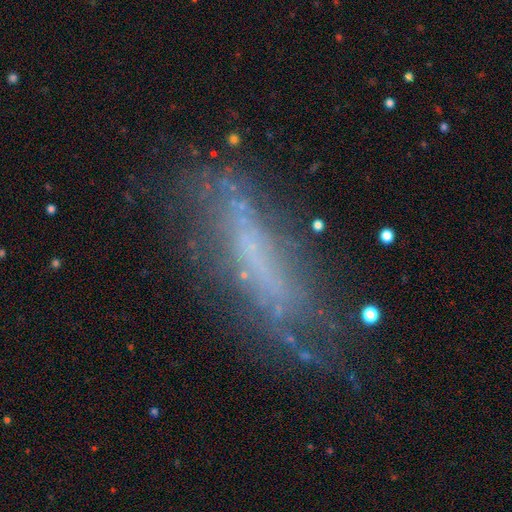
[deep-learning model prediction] This appears to be a featured or disk galaxy (57%). Merging: none (59%).